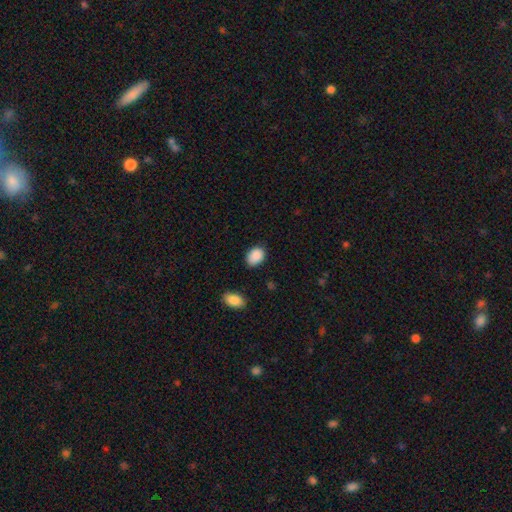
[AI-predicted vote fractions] A smooth galaxy with no disk features (90%) that is in between round and cigar-shaped (74%). Merging: none (80%).